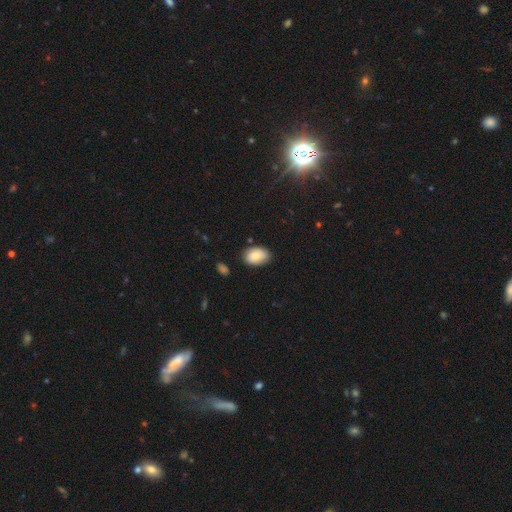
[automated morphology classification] Smooth or featured? smooth (79%)
How rounded? in between (86%)
Merging? none (76%)